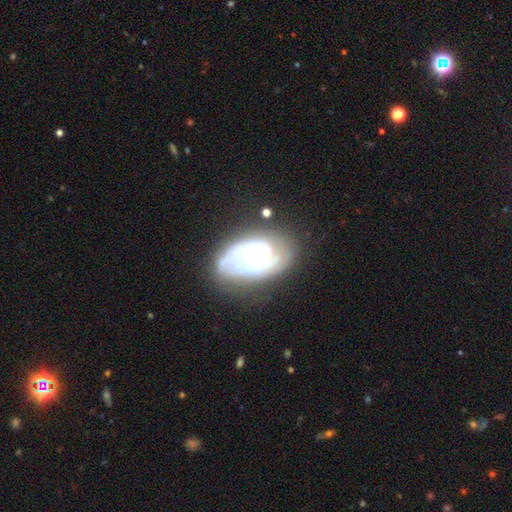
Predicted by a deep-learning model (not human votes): Smooth or featured? Predicted: featured or disk (p=0.78). Edge-on disk? Predicted: no (p=0.96). Bar? Predicted: no (p=0.78). Spiral arms? Predicted: yes (p=0.84). Spiral winding? Predicted: tight (p=0.66). Spiral arm count? Predicted: can't tell (p=0.46). Bulge size? Predicted: moderate (p=0.54). Merging? Predicted: none (p=0.64).